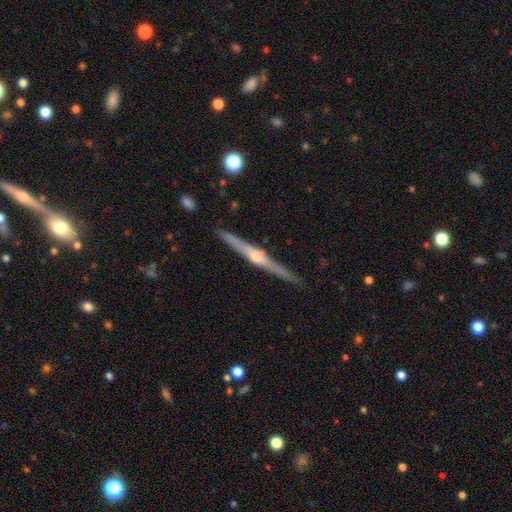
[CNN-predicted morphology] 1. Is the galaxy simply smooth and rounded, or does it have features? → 80% featured or disk, 15% smooth, 5% star or artifact.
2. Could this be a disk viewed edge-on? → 98% yes, 2% no.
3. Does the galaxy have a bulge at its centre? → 88% rounded, 6% boxy, 6% none.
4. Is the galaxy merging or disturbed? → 91% none, 7% minor disturbance, 1% major disturbance, 1% merger.